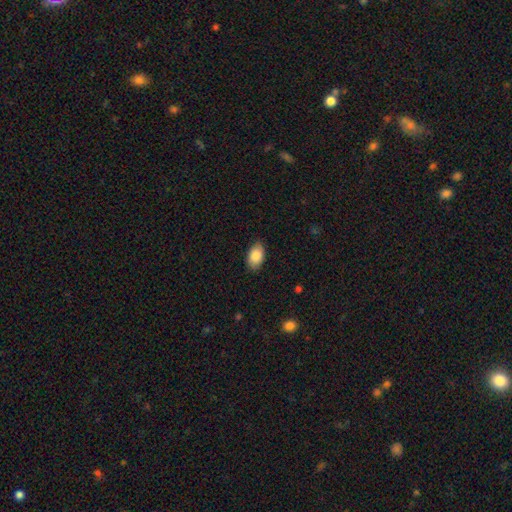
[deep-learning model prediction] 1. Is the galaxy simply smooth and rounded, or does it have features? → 88% smooth, 6% star or artifact, 5% featured or disk.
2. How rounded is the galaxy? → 92% in between, 7% round, 1% cigar-shaped.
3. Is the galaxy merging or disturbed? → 85% none, 12% minor disturbance, 2% major disturbance, 1% merger.